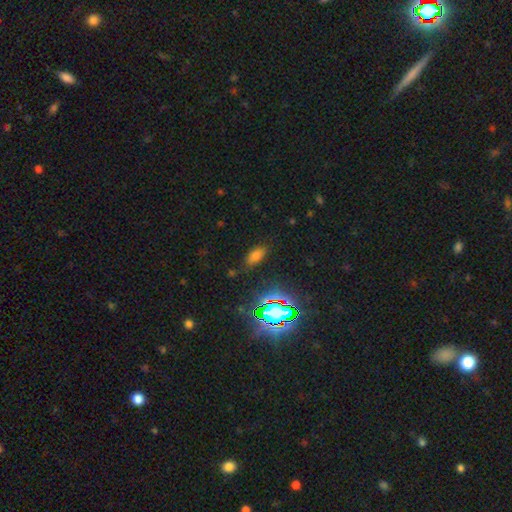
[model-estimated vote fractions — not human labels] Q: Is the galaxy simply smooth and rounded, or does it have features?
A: smooth — 62%.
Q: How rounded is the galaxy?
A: in between — 86%.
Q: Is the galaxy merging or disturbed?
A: none — 81%.